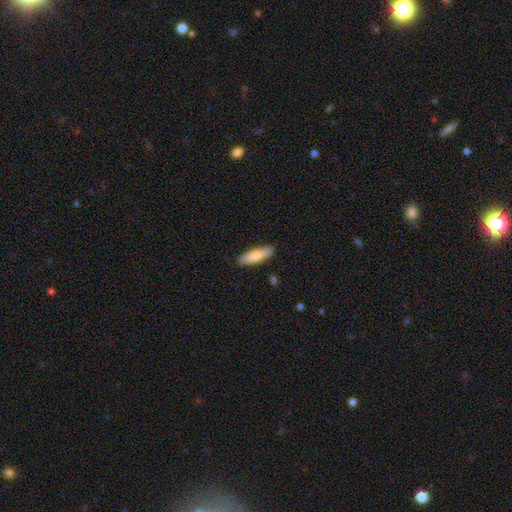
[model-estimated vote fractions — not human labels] smooth 76%, featured or disk 18%, star or artifact 5%. Down the decision tree: how rounded — cigar-shaped (56%); merging — none (87%).